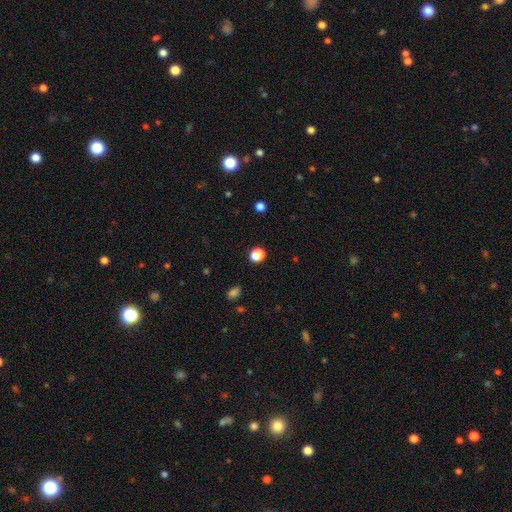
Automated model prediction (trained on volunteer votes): Smooth or featured? smooth (80%)
How rounded? round (66%)
Merging? none (88%)